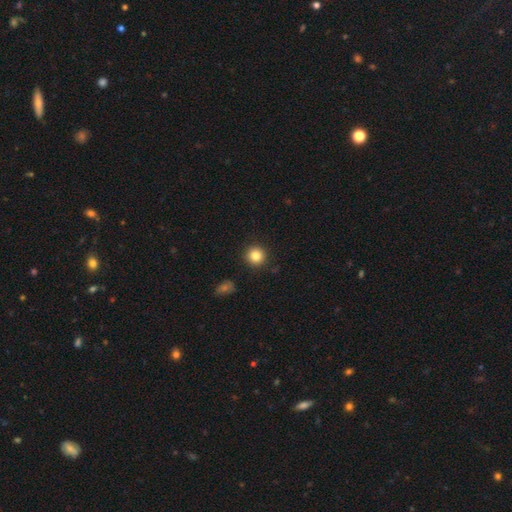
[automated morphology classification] Smooth or featured? smooth (84%)
How rounded? round (94%)
Merging? none (91%)